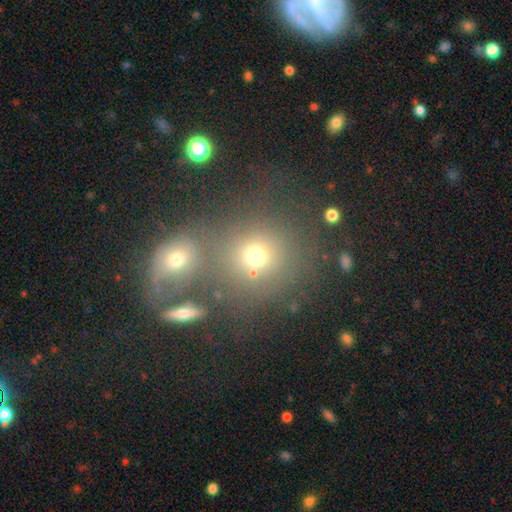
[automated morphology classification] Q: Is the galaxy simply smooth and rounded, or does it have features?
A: smooth — 69%.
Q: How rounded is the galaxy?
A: round — 82%.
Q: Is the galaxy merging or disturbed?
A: none — 54%.